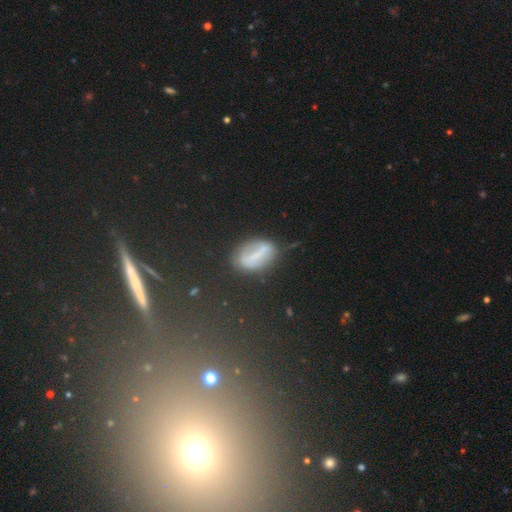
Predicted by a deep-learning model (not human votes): Overall: smooth (43%; featured or disk 41%). Merging: none (68%).